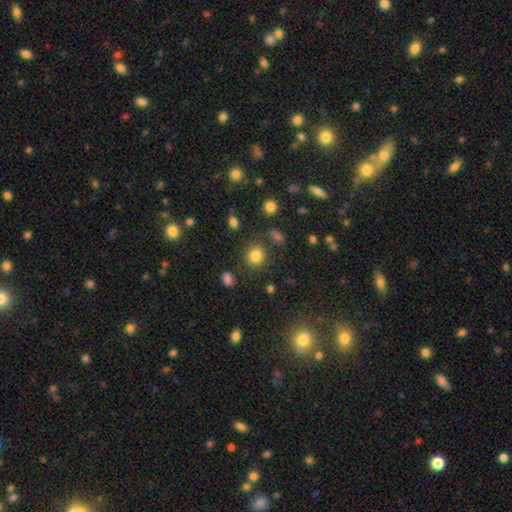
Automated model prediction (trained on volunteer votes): This is clearly a smooth galaxy (81%). How rounded: clearly round (88%). Merging: clearly none (81%).